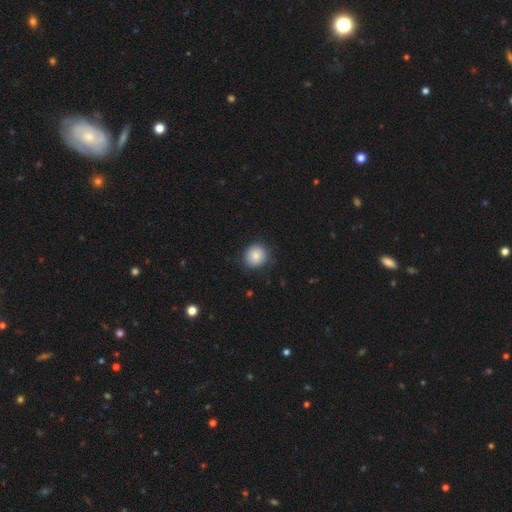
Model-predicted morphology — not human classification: A smooth galaxy with no disk features (85%) that is round (85%). Merging: none (81%).